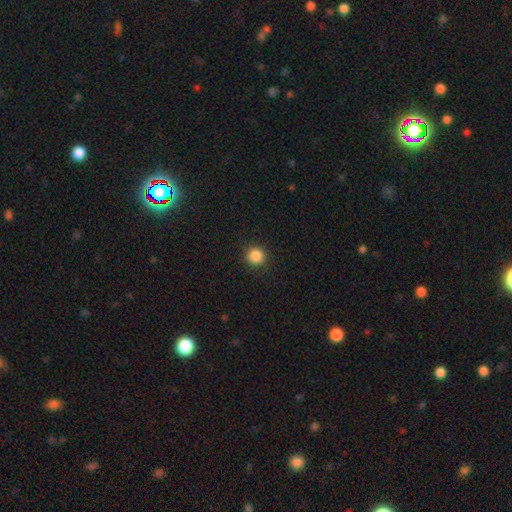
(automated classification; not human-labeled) smooth-or-featured: smooth: 87% | star or artifact: 10% | featured or disk: 3%
  how-rounded: round: 94% | in between: 5% | cigar-shaped: 1%
  merging: none: 92% | minor disturbance: 6% | major disturbance: 2% | merger: 1%